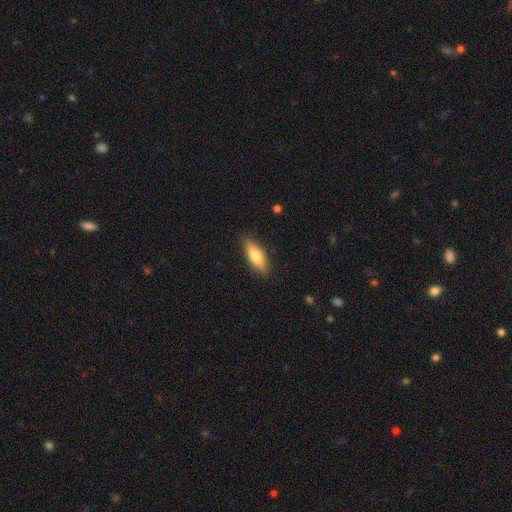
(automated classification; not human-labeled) smooth 72%, featured or disk 22%, star or artifact 6%. Down the decision tree: how rounded — in between (62%); merging — none (85%).